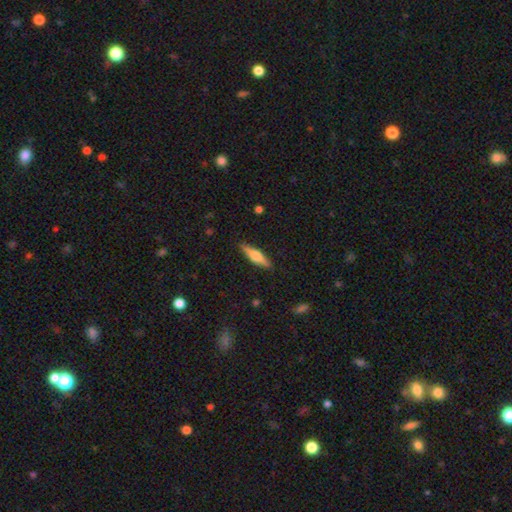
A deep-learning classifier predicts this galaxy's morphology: The model was most divided on "smooth or featured": featured or disk: 50%, smooth: 44%, star or artifact: 6%. More confident: edge-on disk — yes (95%); merging — none (89%).